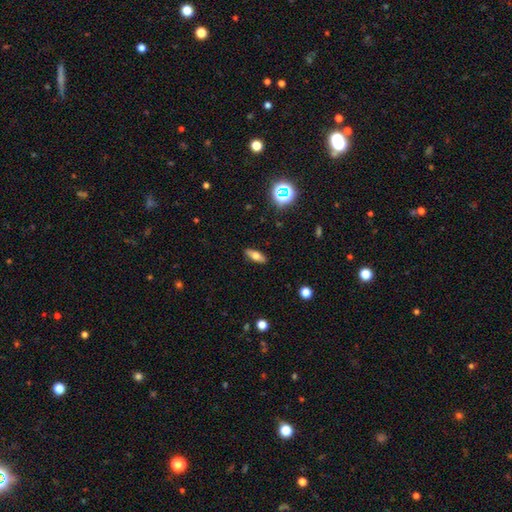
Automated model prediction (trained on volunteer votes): Morphology: type=smooth (62%); roundness=in between (67%); merging=none (89%).